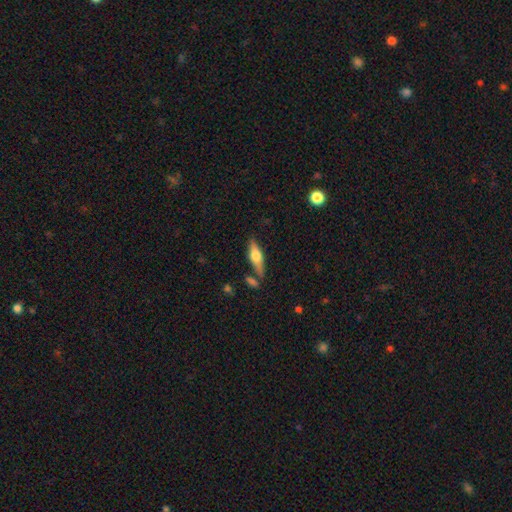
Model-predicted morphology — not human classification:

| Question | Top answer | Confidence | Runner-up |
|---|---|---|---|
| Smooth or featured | smooth | 49% | featured or disk (45%) |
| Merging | none | 75% | minor disturbance (14%) |